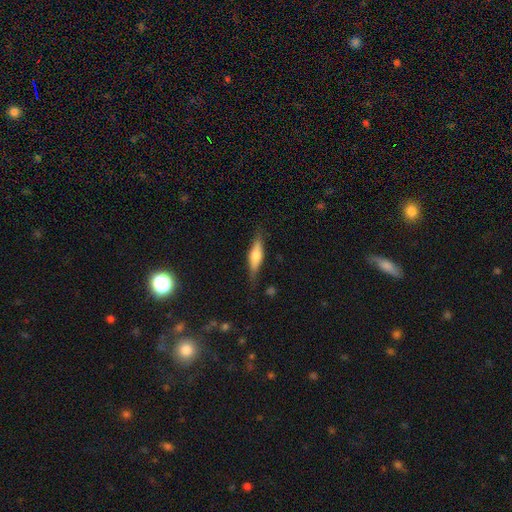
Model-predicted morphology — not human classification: Q: Smooth or featured?
A: smooth (47%); runner-up: featured or disk (46%)
Q: Merging?
A: none (77%); runner-up: minor disturbance (17%)